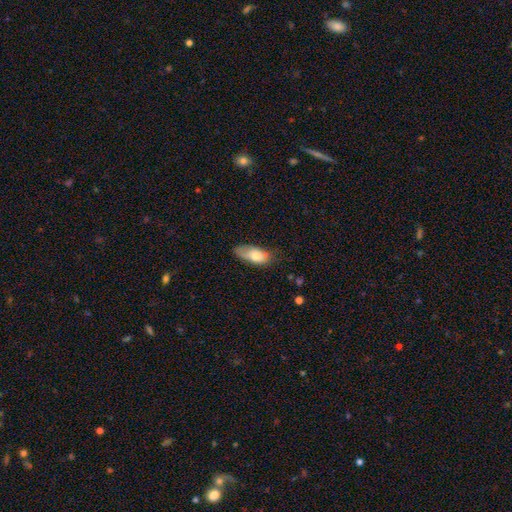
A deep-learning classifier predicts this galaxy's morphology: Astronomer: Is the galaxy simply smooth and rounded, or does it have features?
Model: smooth — 77%.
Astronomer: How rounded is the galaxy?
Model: in between — 84%.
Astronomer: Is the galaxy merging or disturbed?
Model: none — 55% (runner-up: minor disturbance, 33%).